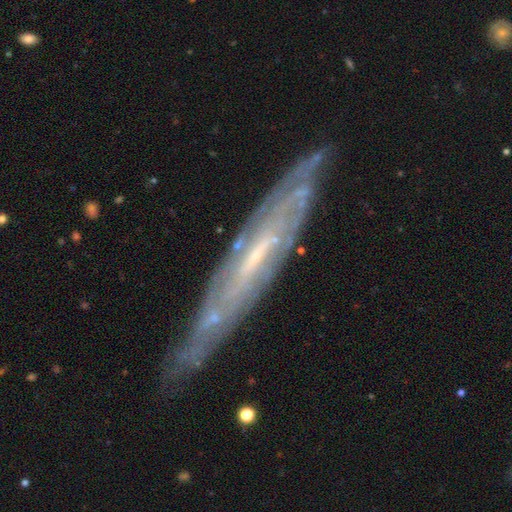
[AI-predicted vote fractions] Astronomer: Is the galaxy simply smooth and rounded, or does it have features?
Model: featured or disk — 79%.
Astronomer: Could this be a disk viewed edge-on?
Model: yes — 59% (runner-up: no, 41%).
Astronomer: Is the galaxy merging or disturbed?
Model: none — 78%.